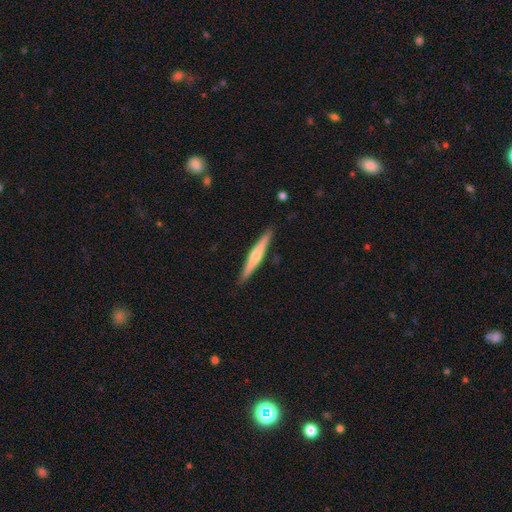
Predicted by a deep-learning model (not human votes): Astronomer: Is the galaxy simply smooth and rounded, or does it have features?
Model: featured or disk — 55% (runner-up: smooth, 40%).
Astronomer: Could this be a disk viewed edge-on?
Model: yes — 97%.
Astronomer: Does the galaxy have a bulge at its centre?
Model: rounded — 75%.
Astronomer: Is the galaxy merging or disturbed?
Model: none — 90%.